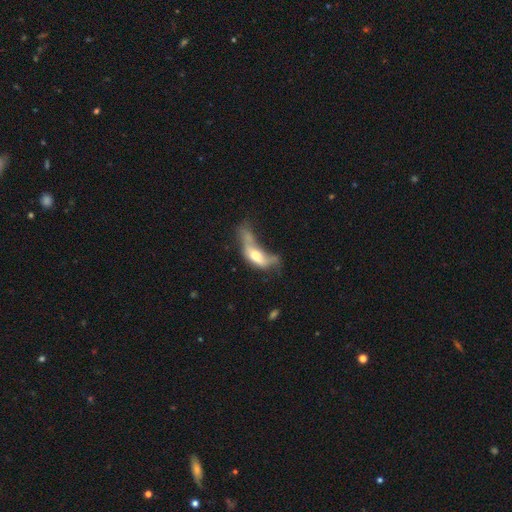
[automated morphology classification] Smooth or featured?
  - smooth: 49% *
  - featured or disk: 42%
  - star or artifact: 9%
Merging?
  - major disturbance: 45% *
  - merger: 27%
  - minor disturbance: 14%
  - none: 13%